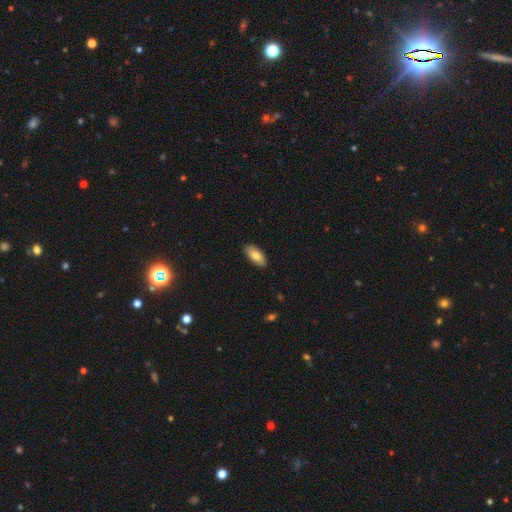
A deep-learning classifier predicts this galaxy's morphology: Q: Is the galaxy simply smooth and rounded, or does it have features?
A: smooth — 81%.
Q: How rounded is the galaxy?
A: in between — 87%.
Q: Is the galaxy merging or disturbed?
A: none — 89%.